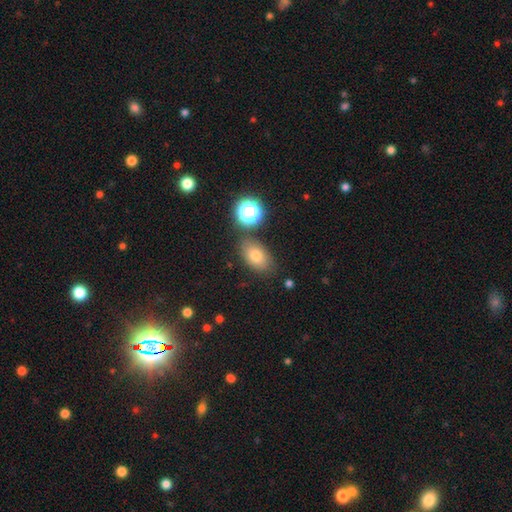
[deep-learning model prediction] Q: Smooth or featured?
A: smooth (74%); runner-up: star or artifact (13%)
Q: How rounded?
A: in between (85%); runner-up: round (14%)
Q: Merging?
A: none (78%); runner-up: minor disturbance (12%)